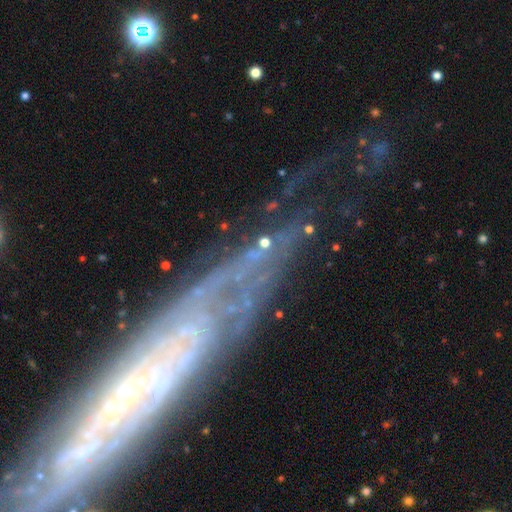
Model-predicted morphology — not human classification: featured or disk 59%, star or artifact 25%, smooth 16%. Down the decision tree: edge-on disk — no (80%); merging — none (57%).